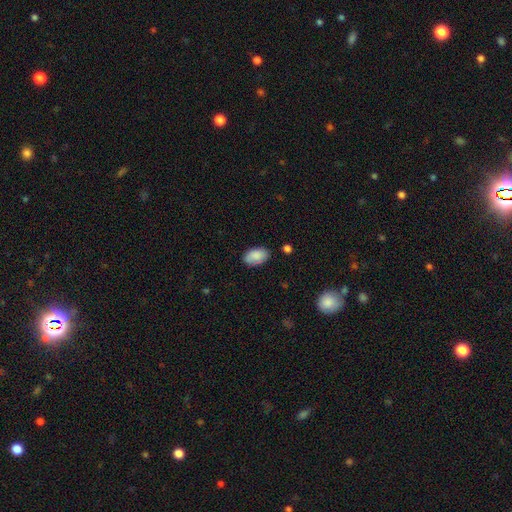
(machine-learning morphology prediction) A smooth galaxy with no disk features (85%) that is in between round and cigar-shaped (92%). Merging: none (77%).